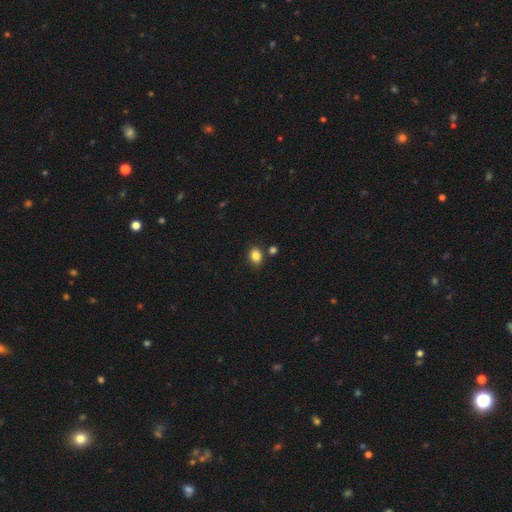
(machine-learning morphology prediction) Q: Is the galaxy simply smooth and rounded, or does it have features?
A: smooth — 85%.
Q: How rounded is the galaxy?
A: in between — 66%.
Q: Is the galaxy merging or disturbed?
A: none — 77%.